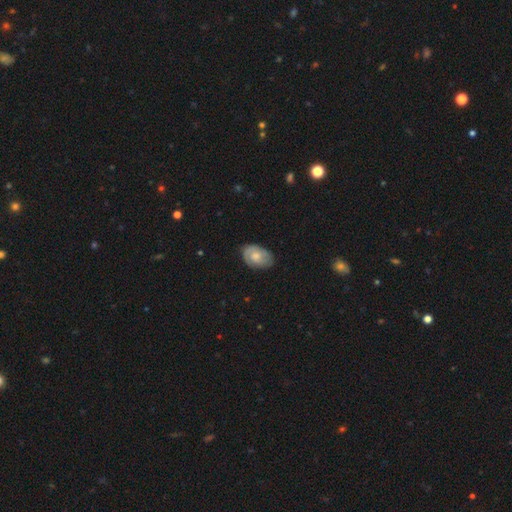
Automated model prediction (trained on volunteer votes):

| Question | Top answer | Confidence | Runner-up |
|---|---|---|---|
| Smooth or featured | smooth | 47% | tied: featured or disk (47%) |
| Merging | none | 74% | minor disturbance (21%) |